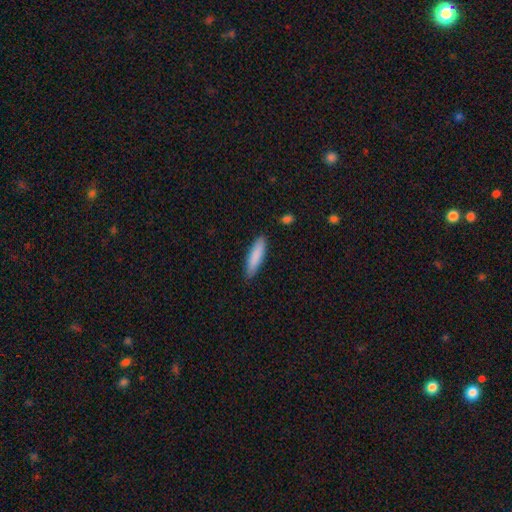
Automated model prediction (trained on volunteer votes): This is clearly a smooth galaxy (85%). How rounded: likely cigar-shaped (71%). Merging: clearly none (86%).